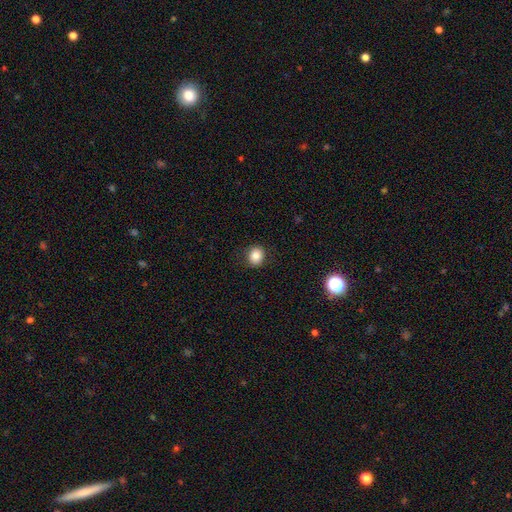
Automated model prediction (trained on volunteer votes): This is clearly a smooth galaxy (82%). How rounded: likely round (71%). Merging: clearly none (86%).